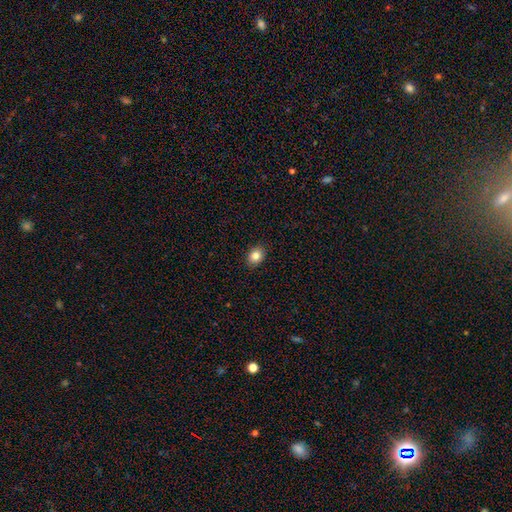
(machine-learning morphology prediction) Smooth or featured? smooth (83%)
How rounded? in between (67%)
Merging? none (90%)